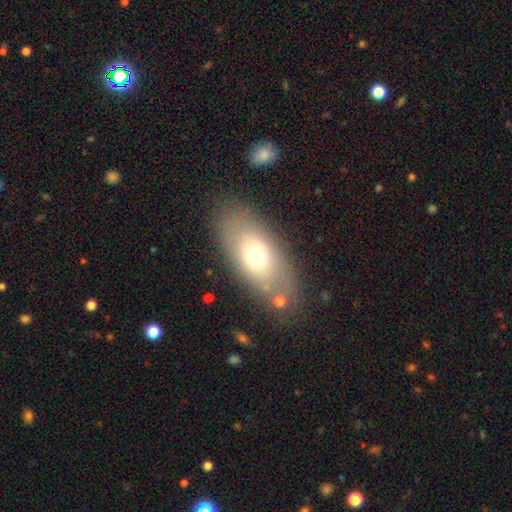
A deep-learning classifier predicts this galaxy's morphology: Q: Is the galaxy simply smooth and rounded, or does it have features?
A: smooth — 64%.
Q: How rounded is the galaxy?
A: in between — 85%.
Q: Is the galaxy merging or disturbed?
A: none — 78%.